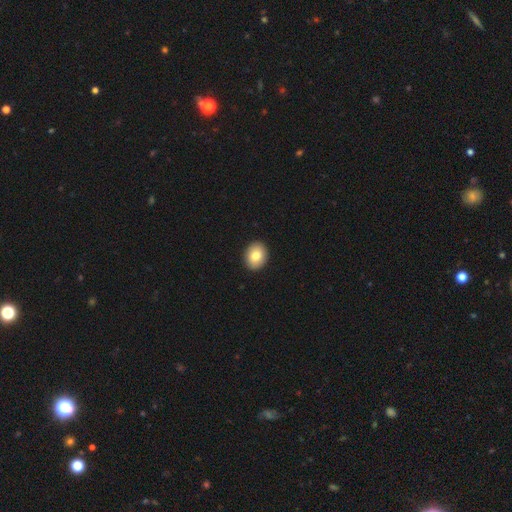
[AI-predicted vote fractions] A smooth galaxy with no disk features (80%) that is round (51%). Merging: none (92%).